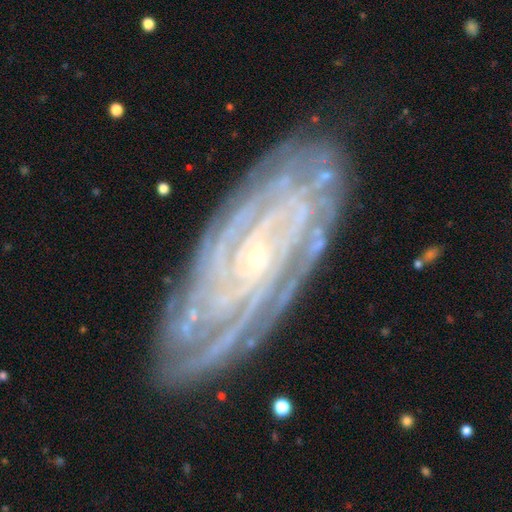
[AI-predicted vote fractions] Smooth or featured? featured or disk (87%)
Edge-on disk? no (92%)
Bar? no (63%)
Spiral arms? yes (97%)
Spiral winding? tight (82%)
Spiral arm count? can't tell (29%)
Bulge size? small (84%)
Merging? none (81%)